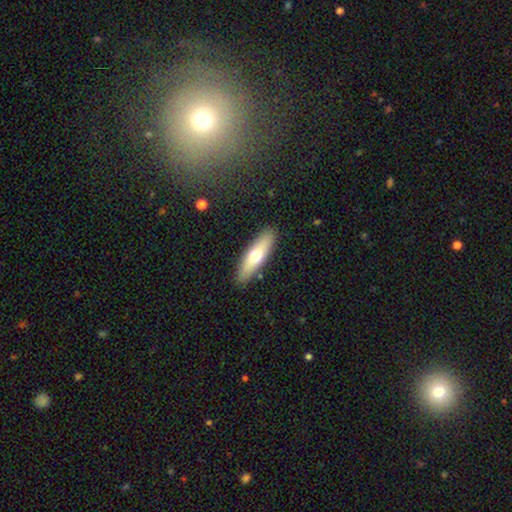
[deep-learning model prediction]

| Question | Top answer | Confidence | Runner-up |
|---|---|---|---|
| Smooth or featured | smooth | 61% | featured or disk (34%) |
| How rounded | cigar-shaped | 60% | in between (38%) |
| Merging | none | 88% | minor disturbance (8%) |